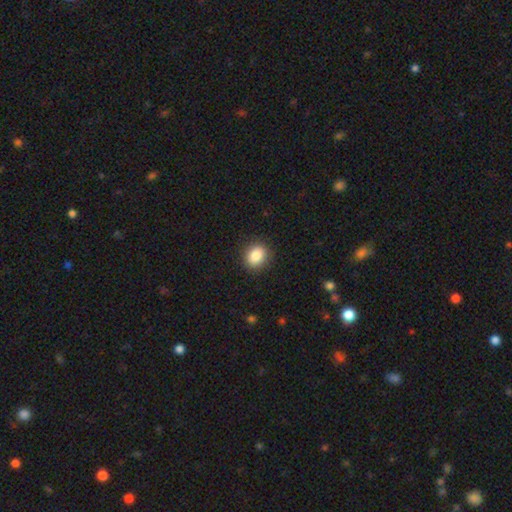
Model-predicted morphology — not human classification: A smooth galaxy with no disk features (86%) that is round (57%). Merging: none (89%).